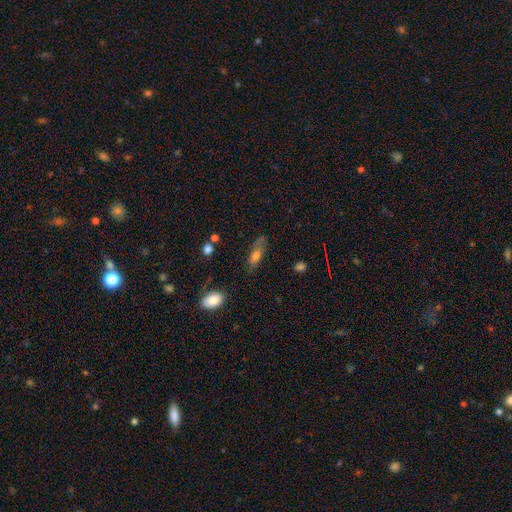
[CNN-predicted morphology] Smooth or featured?
  - smooth: 69% *
  - featured or disk: 22%
  - star or artifact: 9%
How rounded?
  - in between: 65% *
  - cigar-shaped: 31%
  - round: 4%
Merging?
  - none: 62% *
  - minor disturbance: 25%
  - major disturbance: 8%
  - merger: 5%